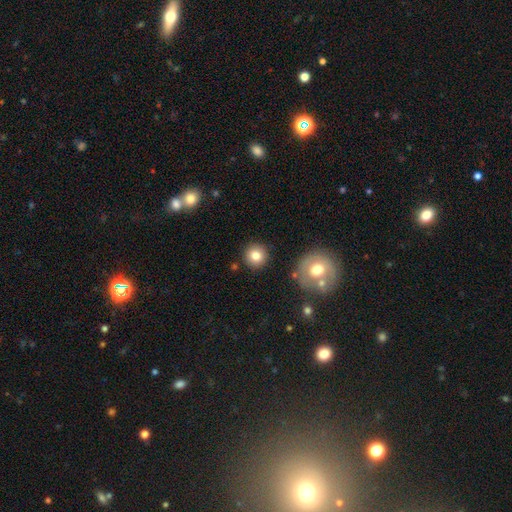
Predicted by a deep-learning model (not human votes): This appears to be a smooth galaxy with no disk features (81%) that is round (94%). Merging: none (88%).